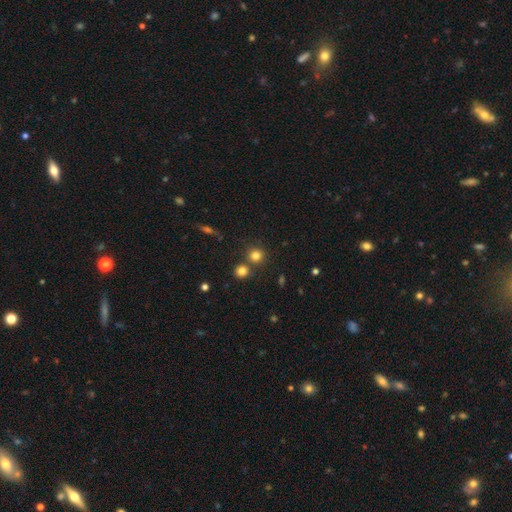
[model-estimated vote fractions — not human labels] smooth_or_featured: smooth (p=0.79) [alt: star or artifact p=0.14]
how_rounded: round (p=0.90) [alt: in between p=0.08]
merging: none (p=0.74) [alt: merger p=0.16]